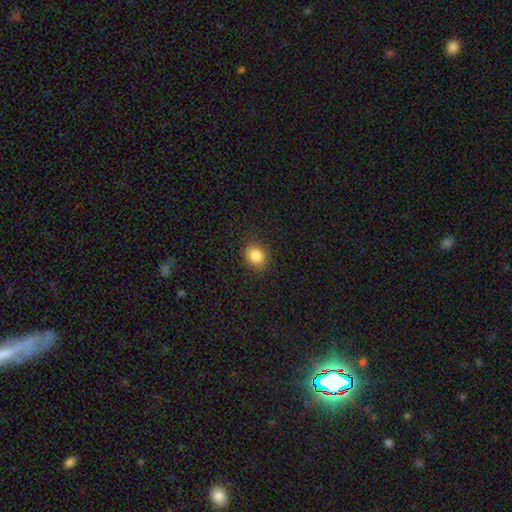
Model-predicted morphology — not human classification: Overall: smooth (85%). How rounded: round (60%; in between 39%). Merging: none (88%).